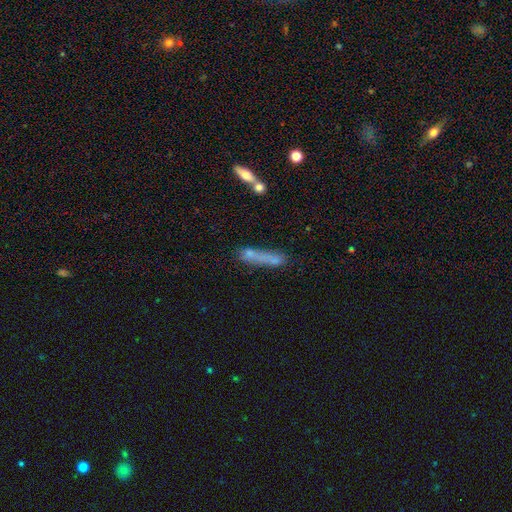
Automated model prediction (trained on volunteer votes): This is possibly a smooth galaxy (59%). How rounded: clearly cigar-shaped (81%). Merging: marginally none (42%).